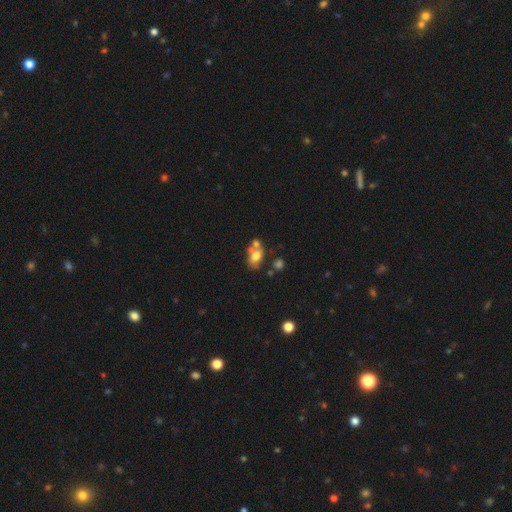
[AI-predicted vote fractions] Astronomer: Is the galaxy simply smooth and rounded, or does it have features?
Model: smooth — 64%.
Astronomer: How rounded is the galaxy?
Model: in between — 76%.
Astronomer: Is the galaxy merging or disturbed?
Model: none — 40% (runner-up: merger, 39%).